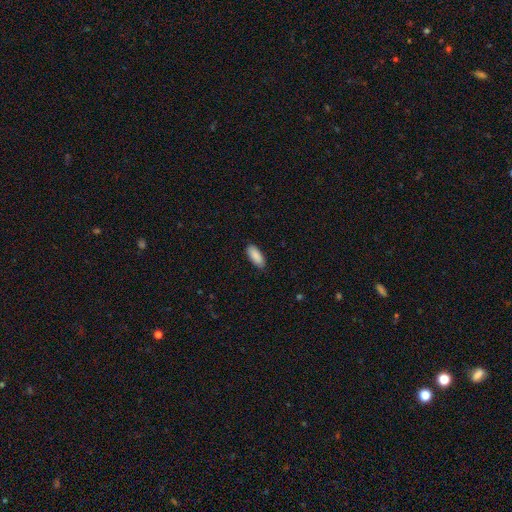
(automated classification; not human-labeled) This appears to be a smooth galaxy with no disk features (90%) that is in between round and cigar-shaped (83%). Merging: none (86%).